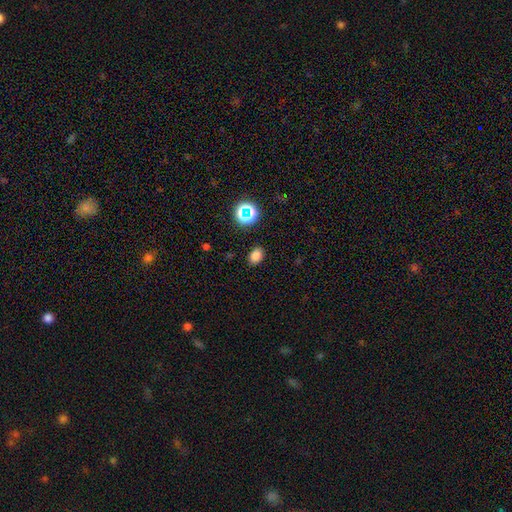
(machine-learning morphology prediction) This appears to be a smooth galaxy with no disk features (79%) that is in between round and cigar-shaped (73%). Merging: none (87%).